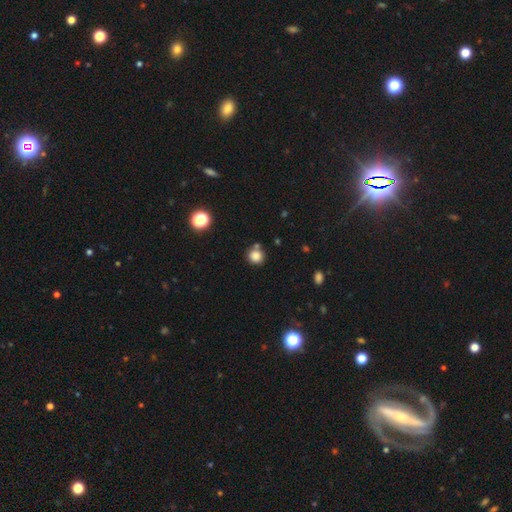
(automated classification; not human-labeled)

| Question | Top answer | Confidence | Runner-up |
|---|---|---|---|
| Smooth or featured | smooth | 83% | star or artifact (12%) |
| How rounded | round | 90% | in between (9%) |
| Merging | none | 73% | merger (12%) |